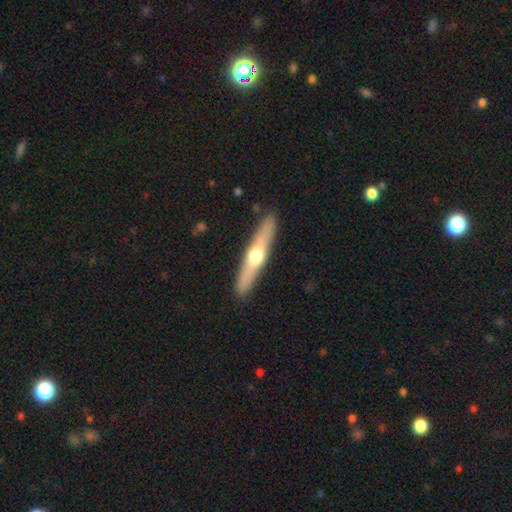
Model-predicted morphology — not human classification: This appears to be a featured or disk galaxy (55%) viewed edge-on (93%) with a rounded central bulge (92%). Merging: none (90%).